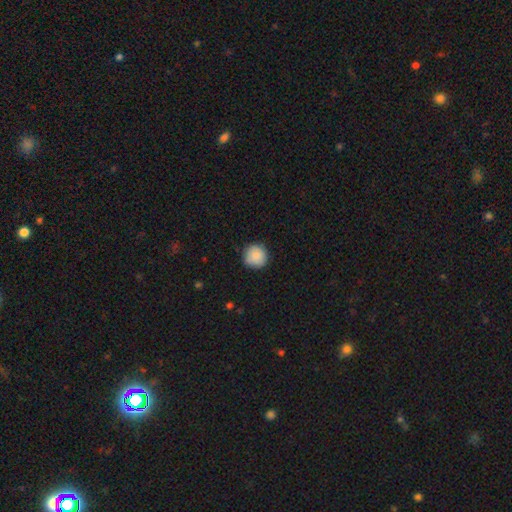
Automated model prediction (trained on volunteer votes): A smooth galaxy with no disk features (88%) that is round (95%).

Vote fractions:
- Smooth or featured? smooth: 88% / star or artifact: 7% / featured or disk: 5%
- How rounded? round: 95% / in between: 4% / cigar-shaped: 1%
- Merging? none: 88% / minor disturbance: 9% / major disturbance: 2% / merger: 1%